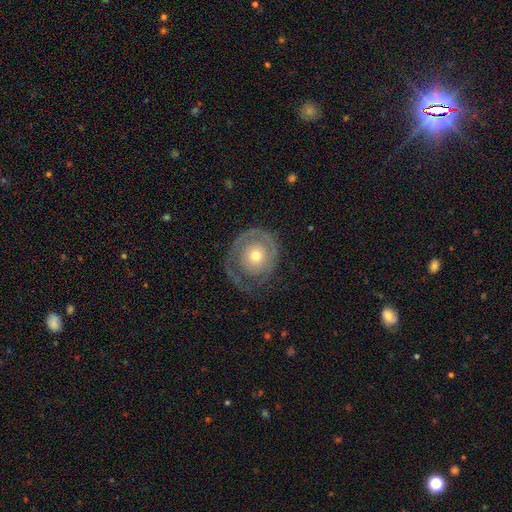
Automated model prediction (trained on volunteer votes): This is likely a featured or disk galaxy (61%). It is clearly not viewed edge-on (96%). Bar: clearly no (88%). Spiral arm pattern: possibly yes (51%). Central bulge: possibly moderate (53%). Merging: possibly none (57%).